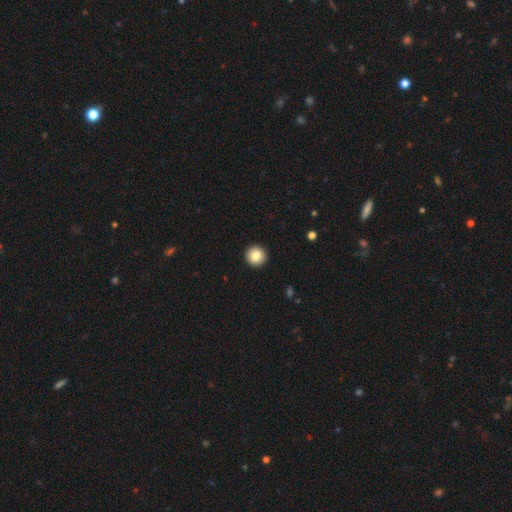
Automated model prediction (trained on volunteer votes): Smooth or featured?
  - smooth: 83% *
  - star or artifact: 9%
  - featured or disk: 8%
How rounded?
  - round: 95% *
  - in between: 4%
  - cigar-shaped: 1%
Merging?
  - none: 94% *
  - minor disturbance: 4%
  - major disturbance: 1%
  - merger: 1%